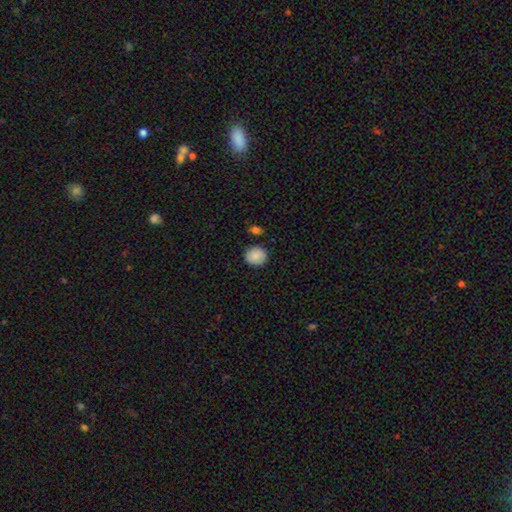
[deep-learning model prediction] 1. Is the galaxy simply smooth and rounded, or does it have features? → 87% smooth, 7% star or artifact, 6% featured or disk.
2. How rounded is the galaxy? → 75% round, 24% in between, 1% cigar-shaped.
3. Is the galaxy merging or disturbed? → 84% none, 10% minor disturbance, 3% merger, 2% major disturbance.